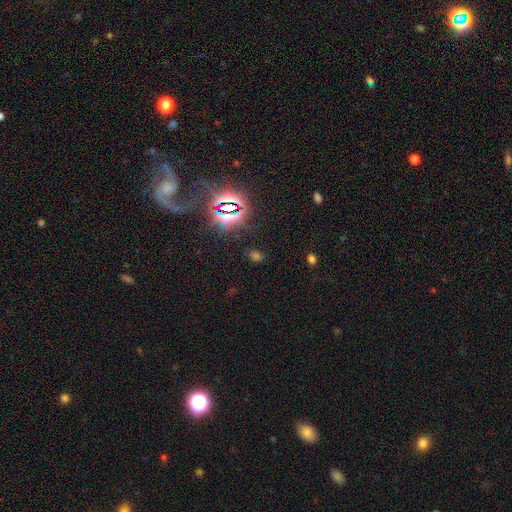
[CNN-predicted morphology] smooth-or-featured: star or artifact: 60% | smooth: 29% | featured or disk: 10%